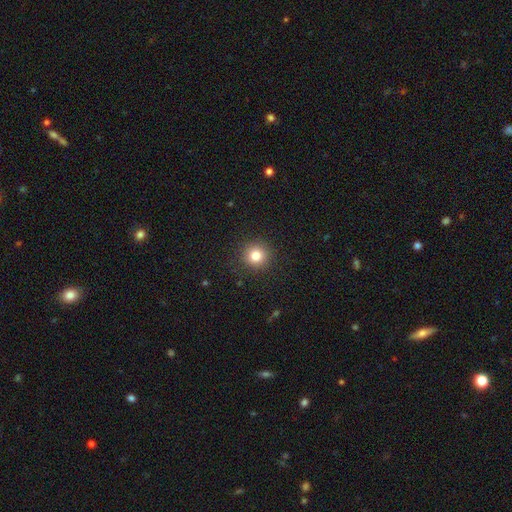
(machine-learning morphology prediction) smooth_or_featured: smooth (p=0.82) [alt: star or artifact p=0.12]
how_rounded: round (p=0.93) [alt: in between p=0.06]
merging: none (p=0.91) [alt: minor disturbance p=0.06]